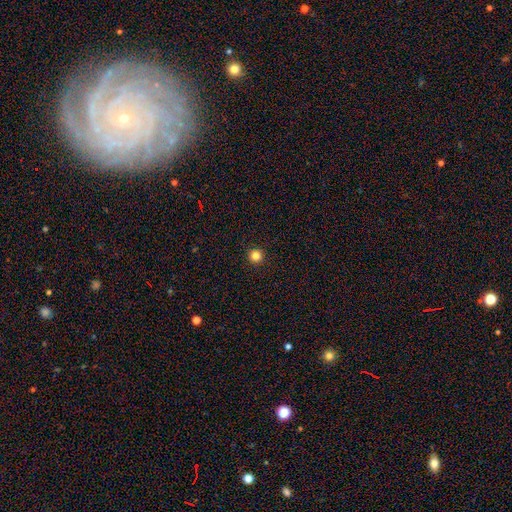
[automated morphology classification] The model was most divided on "smooth or featured": smooth: 83%, star or artifact: 13%, featured or disk: 4%. More confident: how rounded — round (96%); merging — none (94%).